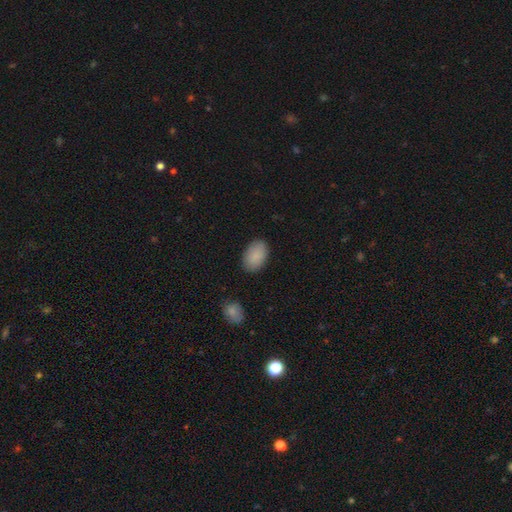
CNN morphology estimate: Q: Smooth or featured?
A: smooth (89%); runner-up: star or artifact (6%)
Q: How rounded?
A: in between (91%); runner-up: round (7%)
Q: Merging?
A: none (86%); runner-up: minor disturbance (11%)